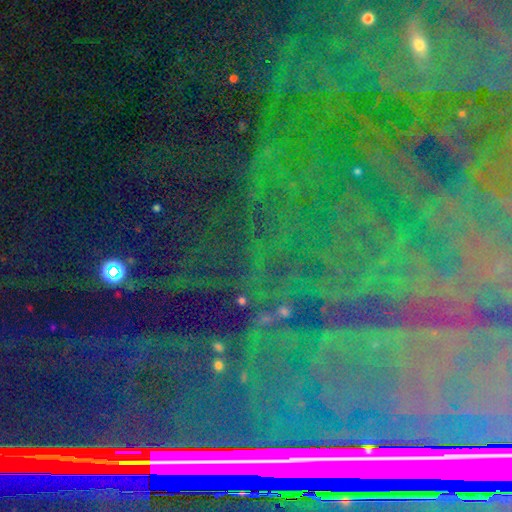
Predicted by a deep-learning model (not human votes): The model was most divided on "smooth or featured": star or artifact: 81%, featured or disk: 11%, smooth: 8%.